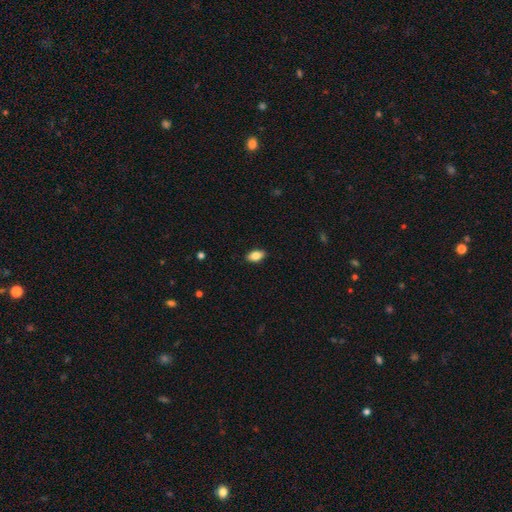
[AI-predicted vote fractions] Overall: smooth (84%). How rounded: in between (91%). Merging: none (89%).